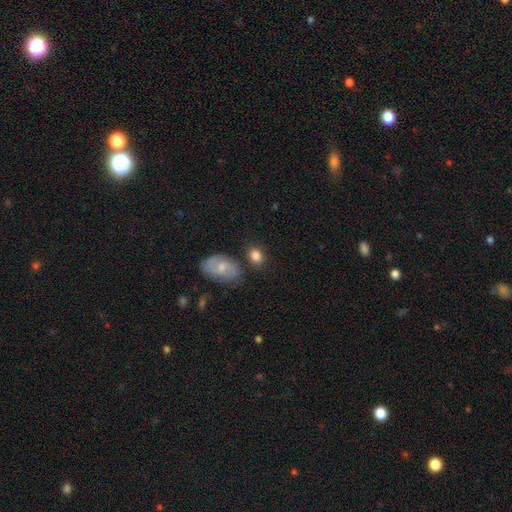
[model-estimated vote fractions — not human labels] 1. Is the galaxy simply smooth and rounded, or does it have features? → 82% smooth, 10% featured or disk, 8% star or artifact.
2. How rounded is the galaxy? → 71% in between, 27% round, 2% cigar-shaped.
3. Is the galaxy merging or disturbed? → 72% none, 15% minor disturbance, 9% merger, 4% major disturbance.